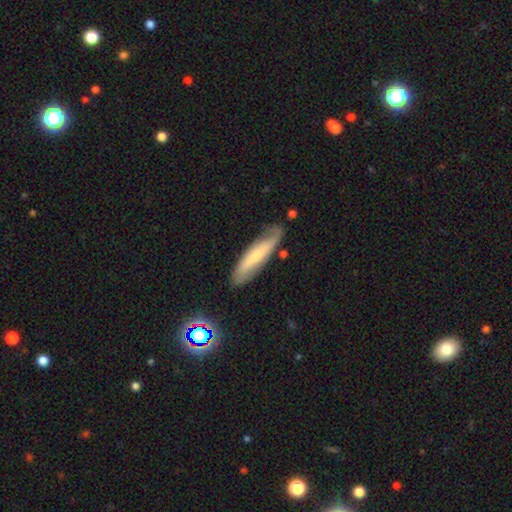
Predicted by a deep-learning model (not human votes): Smooth or featured? featured or disk (48%)
Merging? none (72%)